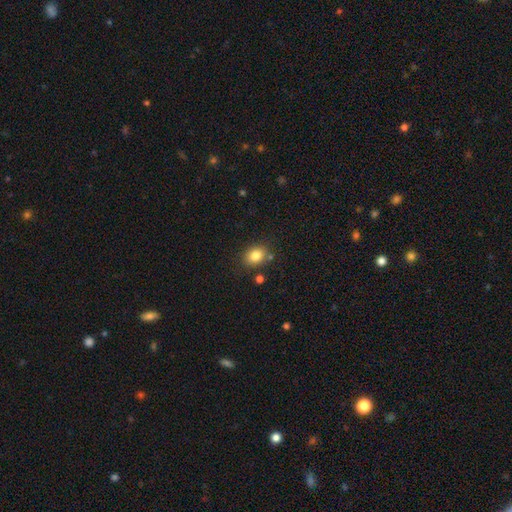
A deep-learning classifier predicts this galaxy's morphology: smooth 82%, star or artifact 10%, featured or disk 7%. Down the decision tree: how rounded — in between (56%); merging — none (78%).